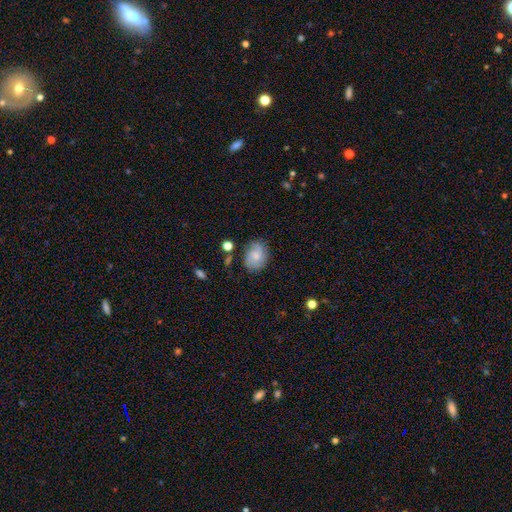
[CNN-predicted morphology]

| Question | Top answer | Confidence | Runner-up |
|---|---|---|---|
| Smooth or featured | smooth | 67% | featured or disk (25%) |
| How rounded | in between | 58% | round (41%) |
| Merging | none | 71% | minor disturbance (20%) |